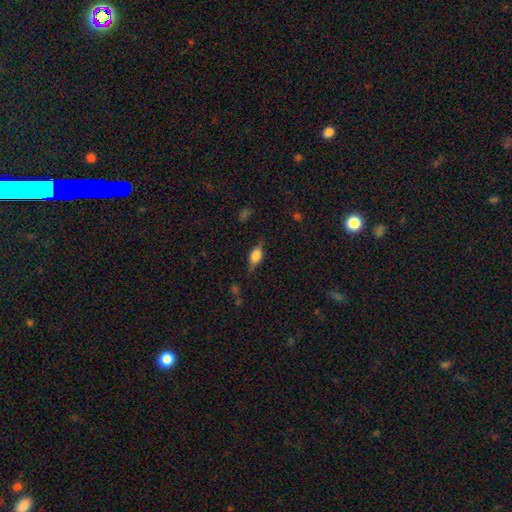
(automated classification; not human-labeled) Smooth or featured? smooth (56%)
How rounded? in between (75%)
Merging? none (73%)